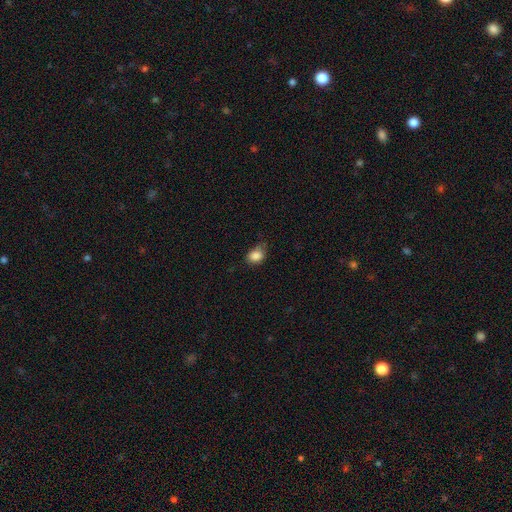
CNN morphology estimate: A smooth galaxy with no disk features (86%) that is in between round and cigar-shaped (58%).

Vote fractions:
- Smooth or featured? smooth: 86% / star or artifact: 9% / featured or disk: 5%
- How rounded? in between: 58% / round: 40% / cigar-shaped: 1%
- Merging? none: 57% / minor disturbance: 33% / major disturbance: 8% / merger: 2%